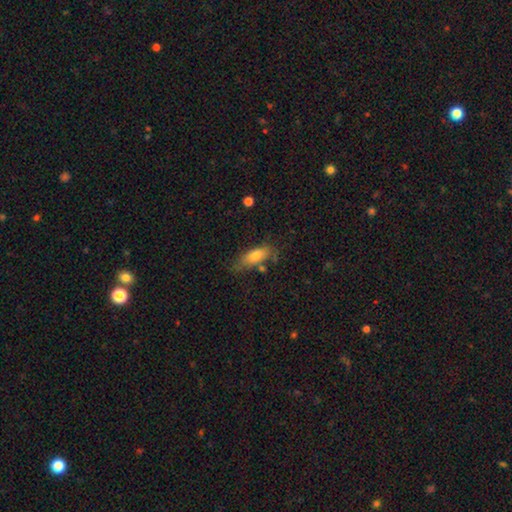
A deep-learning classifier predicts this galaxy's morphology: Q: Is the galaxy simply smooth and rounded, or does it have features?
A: smooth — 74%.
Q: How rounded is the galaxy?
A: in between — 70%.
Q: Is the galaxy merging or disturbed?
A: none — 60%.